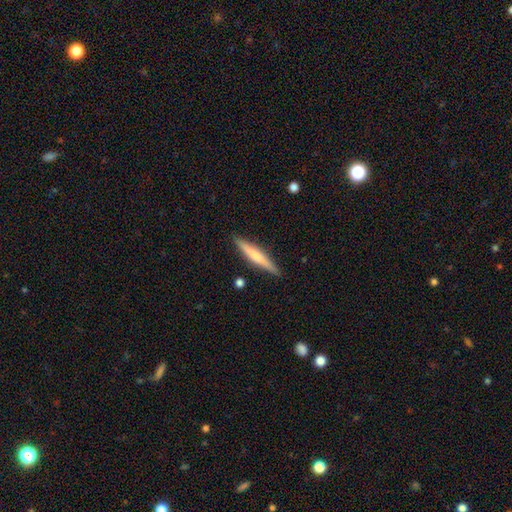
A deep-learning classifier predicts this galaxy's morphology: This appears to be a smooth galaxy with no disk features (54%) that is cigar-shaped (93%). Merging: none (89%).